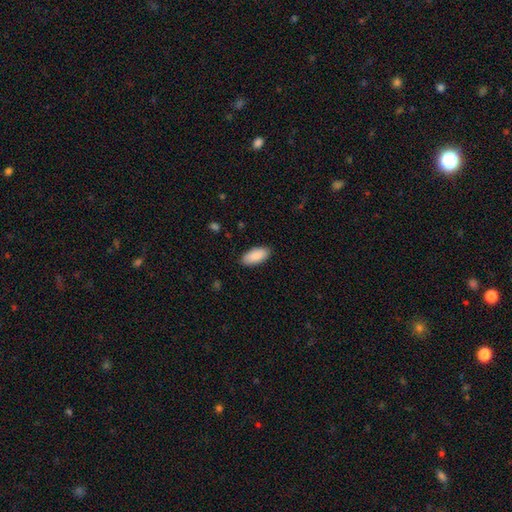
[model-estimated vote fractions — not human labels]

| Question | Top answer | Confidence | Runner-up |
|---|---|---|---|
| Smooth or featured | smooth | 88% | featured or disk (7%) |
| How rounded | in between | 90% | cigar-shaped (8%) |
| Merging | none | 89% | minor disturbance (9%) |